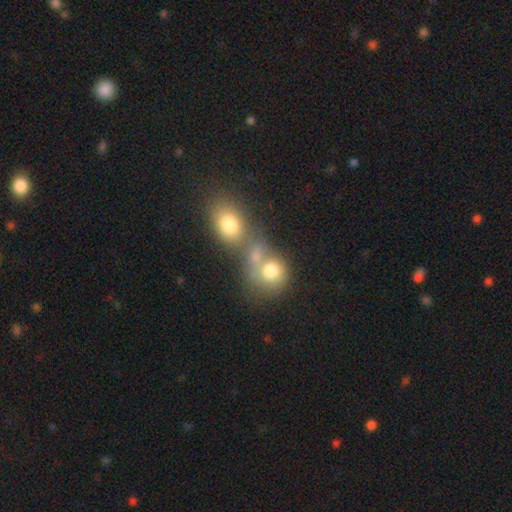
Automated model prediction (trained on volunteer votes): smooth-or-featured: smooth: 74% | featured or disk: 13% | star or artifact: 13%
  how-rounded: round: 67% | in between: 32% | cigar-shaped: 2%
  merging: merger: 54% | none: 34% | minor disturbance: 8% | major disturbance: 5%